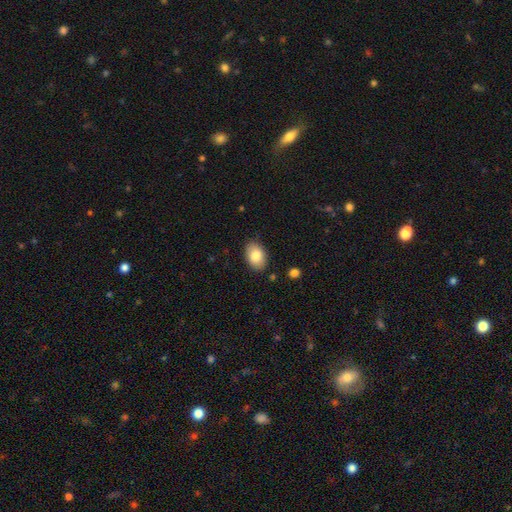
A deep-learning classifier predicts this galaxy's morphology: Smooth or featured?
  - smooth: 82% *
  - featured or disk: 11%
  - star or artifact: 7%
How rounded?
  - in between: 89% *
  - round: 10%
  - cigar-shaped: 1%
Merging?
  - none: 86% *
  - minor disturbance: 10%
  - major disturbance: 2%
  - merger: 1%